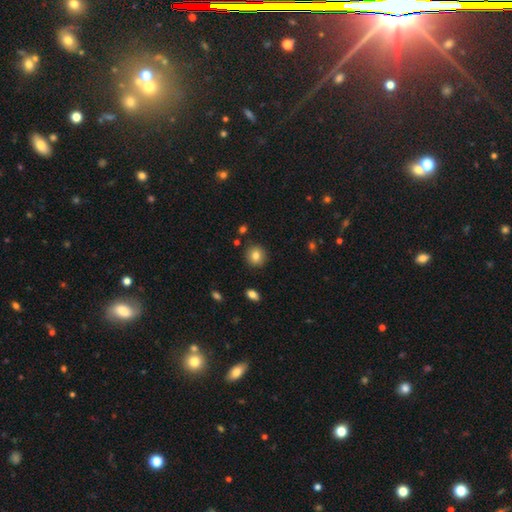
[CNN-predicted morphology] A smooth galaxy with no disk features (82%) that is round (88%).

Vote fractions:
- Smooth or featured? smooth: 82% / star or artifact: 10% / featured or disk: 8%
- How rounded? round: 88% / in between: 11% / cigar-shaped: 1%
- Merging? none: 89% / minor disturbance: 7% / major disturbance: 2% / merger: 2%